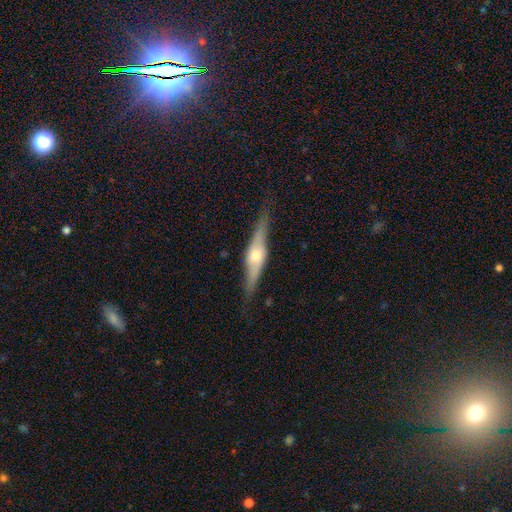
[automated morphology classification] Smooth or featured? Predicted: featured or disk (p=0.74). Edge-on disk? Predicted: yes (p=0.92). Edge-on bulge? Predicted: rounded (p=0.86). Merging? Predicted: none (p=0.82).